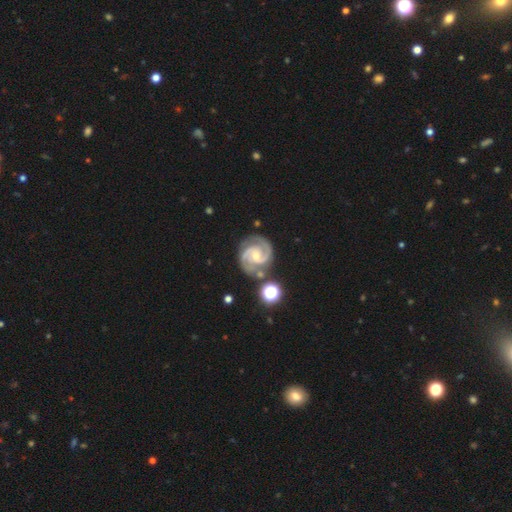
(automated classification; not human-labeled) A featured or disk galaxy (92%) with no bar (48%), 2 (88%) tight (49%) spiral arms (99%) and a small central bulge (55%).

Vote fractions:
- Smooth or featured? featured or disk: 92% / star or artifact: 5% / smooth: 3%
- Edge-on disk? no: 98% / yes: 2%
- Bar? no: 48% / weak: 39% / strong: 13%
- Spiral arms? yes: 99% / no: 1%
- Spiral winding? tight: 49% / medium: 46% / loose: 5%
- Spiral arm count? 2: 88% / 3: 7% / can't tell: 2% / 4: 1% / 1: 1% / more than 4: 1%
- Bulge size? small: 55% / moderate: 40% / none: 2% / large: 1% / dominant: 1%
- Merging? none: 76% / minor disturbance: 14% / merger: 6% / major disturbance: 4%